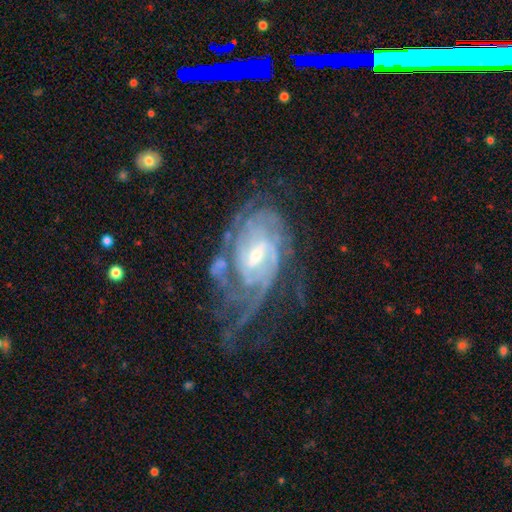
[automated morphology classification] This appears to be a featured or disk galaxy (90%) with a weak bar (52%), tight (70%) spiral arms (97%) and a small central bulge (48%). Merging: none (53%).